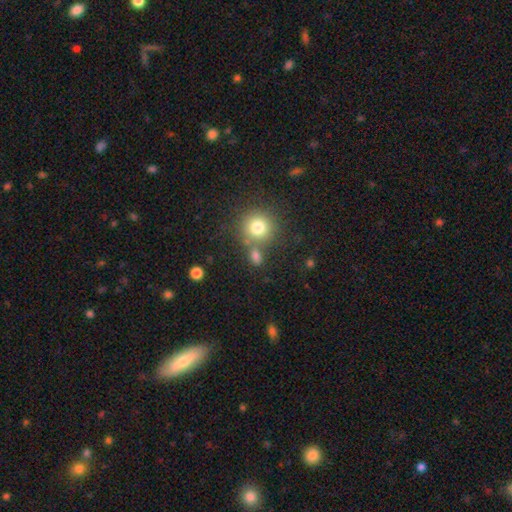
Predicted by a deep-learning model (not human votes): The model was most divided on "how rounded": round: 56%, in between: 41%, cigar-shaped: 3%. More confident: smooth or featured — smooth (77%); merging — none (63%).